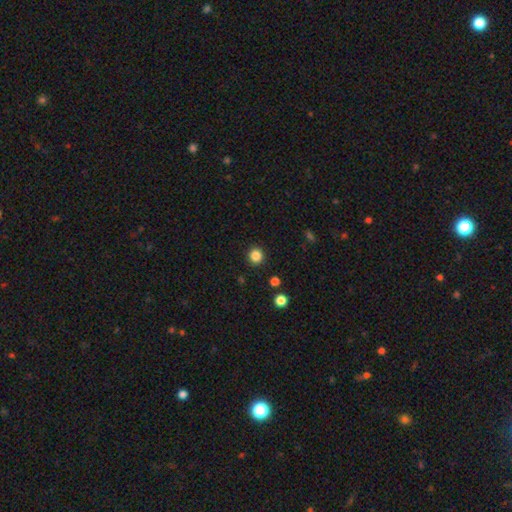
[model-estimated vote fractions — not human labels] The model was most divided on "smooth or featured": smooth: 85%, star or artifact: 12%, featured or disk: 4%. More confident: how rounded — round (93%); merging — none (92%).